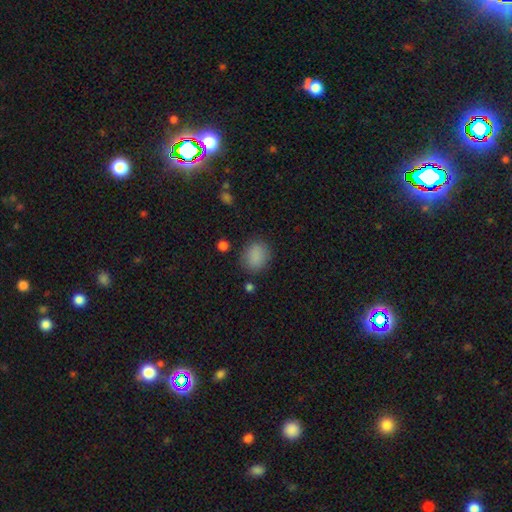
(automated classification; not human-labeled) Overall: smooth (86%). How rounded: round (55%; in between 44%). Merging: none (81%).